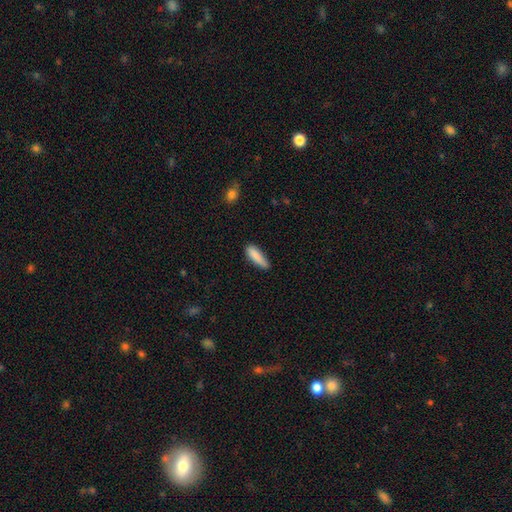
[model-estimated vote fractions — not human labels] Smooth or featured? Predicted: smooth (p=0.86). How rounded? Predicted: cigar-shaped (p=0.61). Merging? Predicted: none (p=0.66).